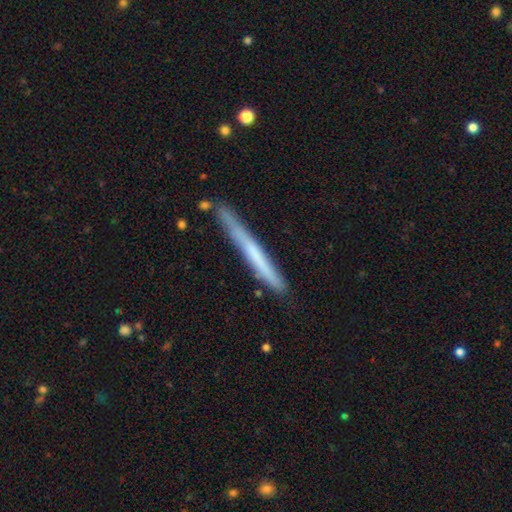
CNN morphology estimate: A smooth galaxy with no disk features (50%). Merging: none (80%).